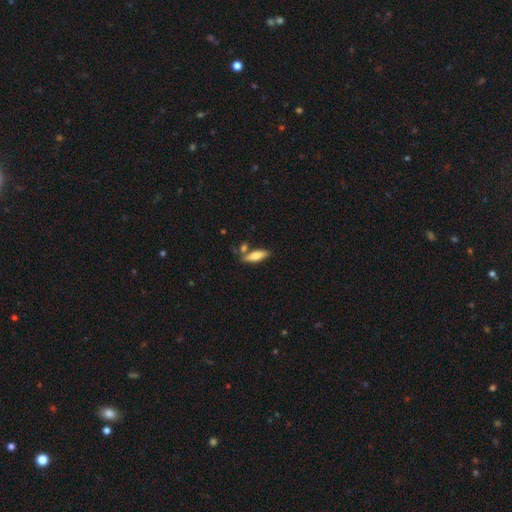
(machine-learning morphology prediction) smooth_or_featured: smooth (p=0.72) [alt: featured or disk p=0.22]
how_rounded: in between (p=0.53) [alt: cigar-shaped p=0.45]
merging: none (p=0.70) [alt: minor disturbance p=0.13]